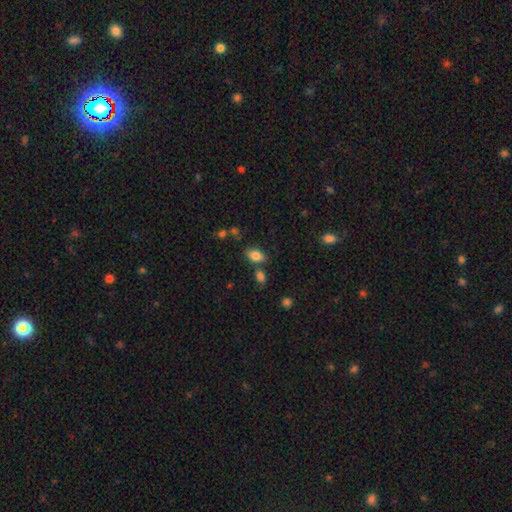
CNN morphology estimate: smooth_or_featured: smooth (p=0.82) [alt: star or artifact p=0.09]
how_rounded: in between (p=0.89) [alt: round p=0.09]
merging: none (p=0.73) [alt: minor disturbance p=0.13]